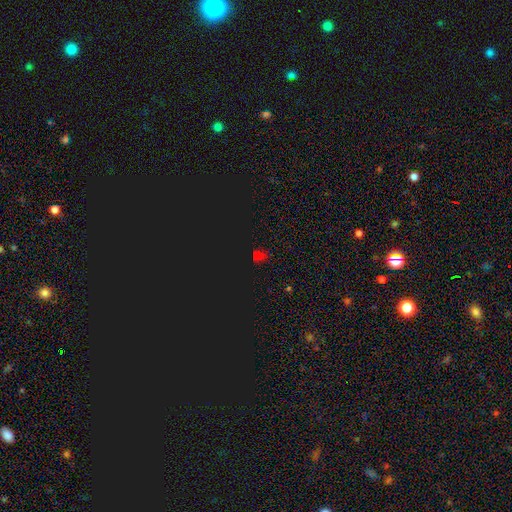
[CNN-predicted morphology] Smooth or featured? star or artifact (67%)